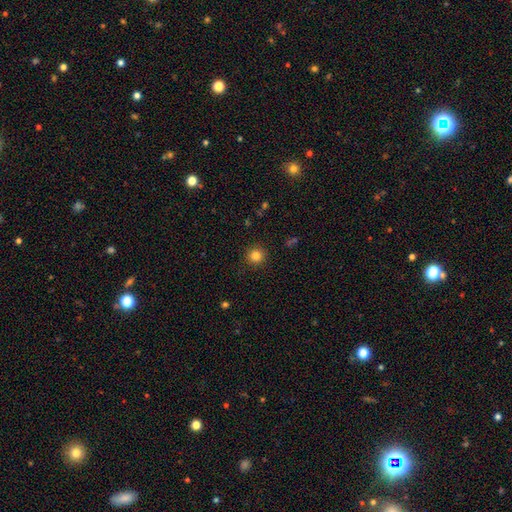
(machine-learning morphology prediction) smooth_or_featured: smooth (p=0.83) [alt: star or artifact p=0.12]
how_rounded: round (p=0.94) [alt: in between p=0.05]
merging: none (p=0.90) [alt: minor disturbance p=0.06]